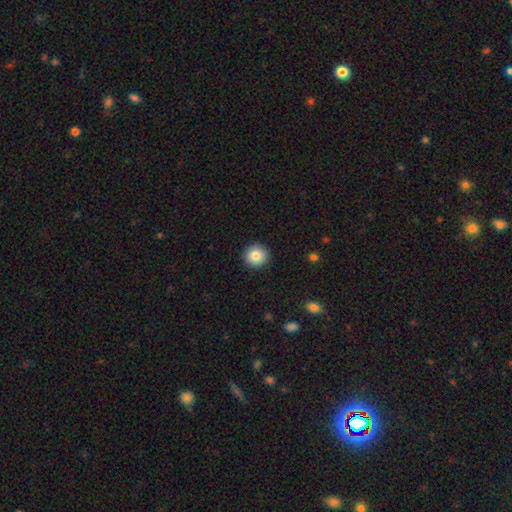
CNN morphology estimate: smooth_or_featured: smooth (p=0.83) [alt: star or artifact p=0.09]
how_rounded: round (p=0.94) [alt: in between p=0.05]
merging: none (p=0.93) [alt: minor disturbance p=0.05]